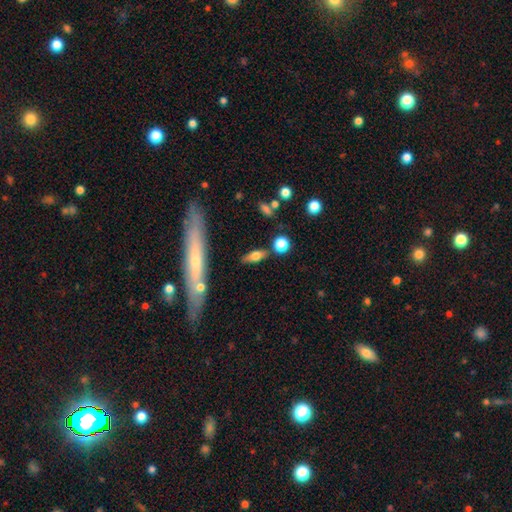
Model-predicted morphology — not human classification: The model was most divided on "how rounded": in between: 55%, cigar-shaped: 35%, round: 10%. More confident: merging — none (75%); smooth or featured — smooth (63%).